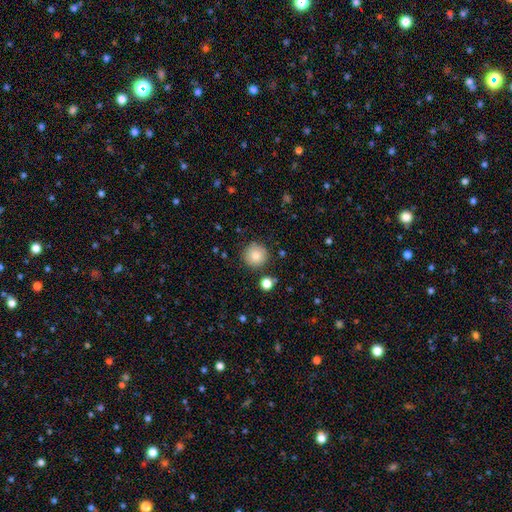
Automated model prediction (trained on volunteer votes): smooth 82%, star or artifact 10%, featured or disk 9%. Down the decision tree: how rounded — round (95%); merging — none (87%).